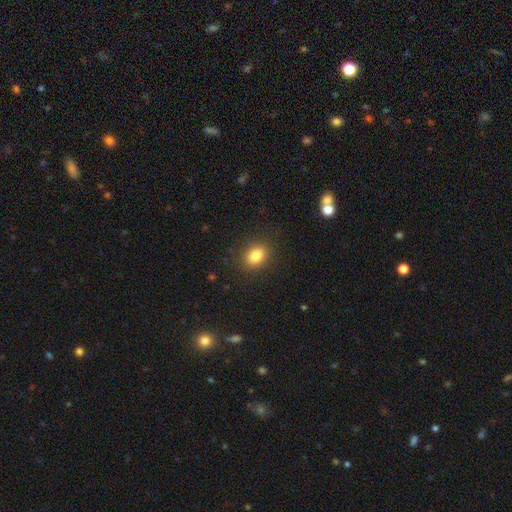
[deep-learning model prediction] Smooth or featured?
  - smooth: 82% *
  - star or artifact: 11%
  - featured or disk: 7%
How rounded?
  - in between: 50% *
  - round: 49%
  - cigar-shaped: 1%
Merging?
  - none: 88% *
  - minor disturbance: 8%
  - major disturbance: 3%
  - merger: 1%